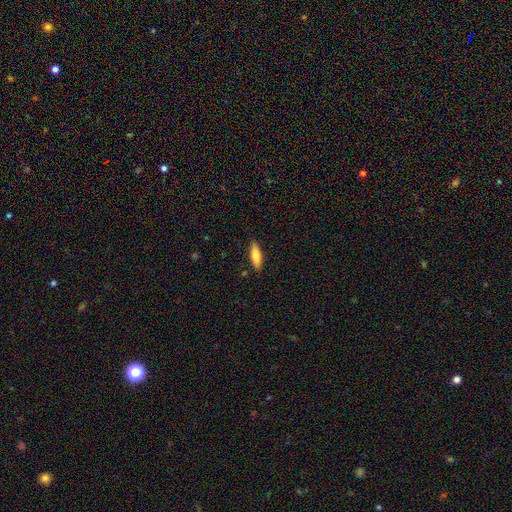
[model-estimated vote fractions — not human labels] This appears to be a smooth galaxy with no disk features (71%) that is cigar-shaped (55%). Merging: none (87%).